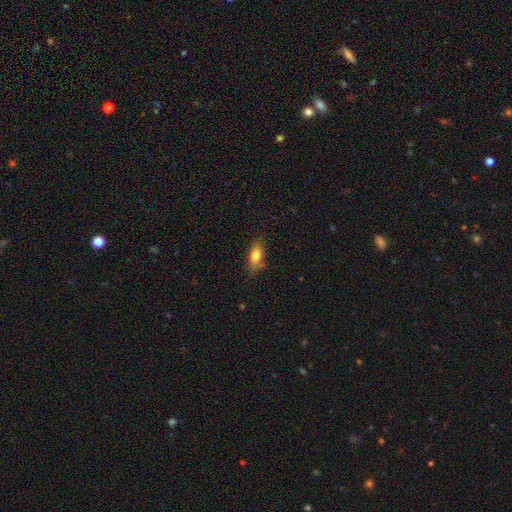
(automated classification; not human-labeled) This is likely a smooth galaxy (78%). How rounded: clearly in between (80%). Merging: likely none (76%).